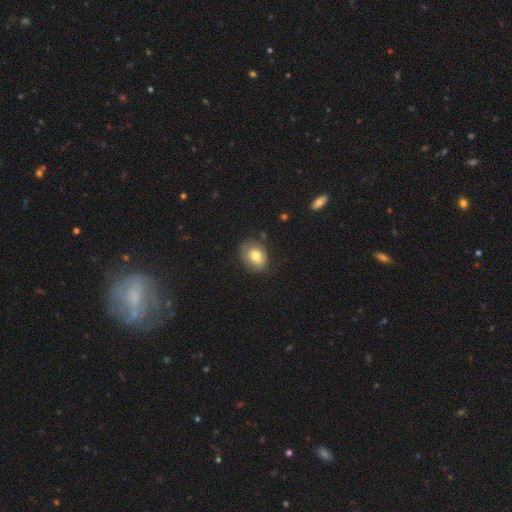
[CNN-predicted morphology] Smooth or featured? smooth (70%)
How rounded? in between (59%)
Merging? none (70%)